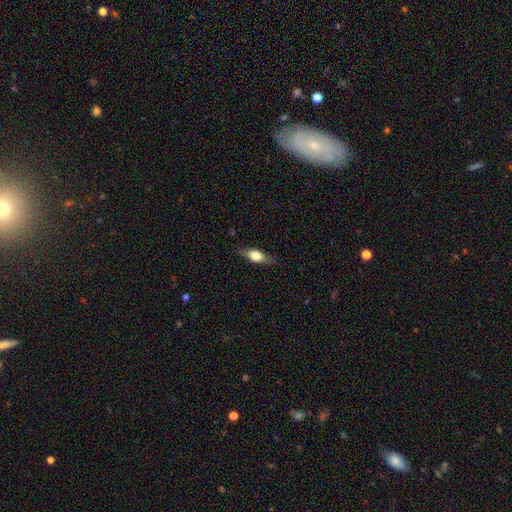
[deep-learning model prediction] This appears to be a smooth galaxy with no disk features (60%) that is in between round and cigar-shaped (65%). Merging: none (80%).